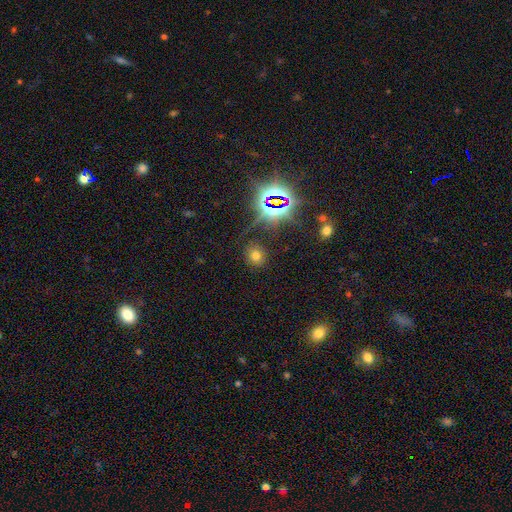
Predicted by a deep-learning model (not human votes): Smooth or featured: smooth — 60% (star or artifact — 30%)
How rounded: round — 79% (in between — 19%)
Merging: none — 84% (minor disturbance — 9%)